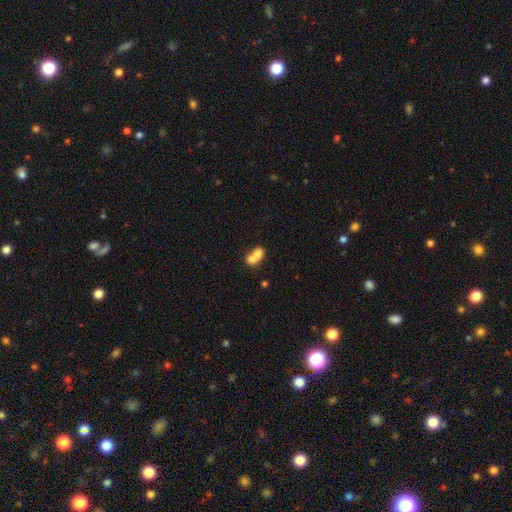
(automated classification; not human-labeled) The model was most divided on "how rounded": in between: 60%, round: 37%, cigar-shaped: 3%. More confident: merging — merger (72%); smooth or featured — smooth (69%).